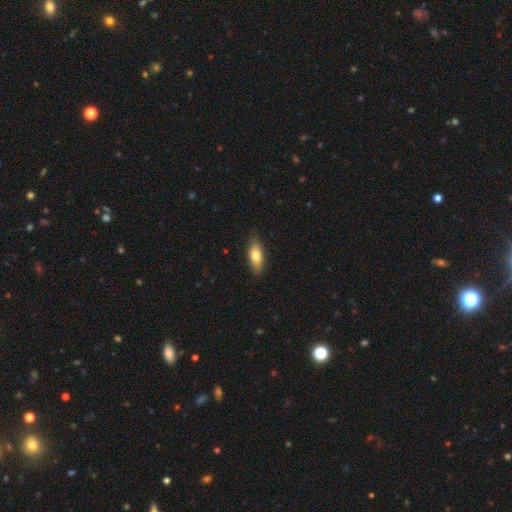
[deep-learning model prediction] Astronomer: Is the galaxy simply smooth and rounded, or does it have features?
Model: smooth — 77%.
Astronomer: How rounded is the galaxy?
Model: in between — 74%.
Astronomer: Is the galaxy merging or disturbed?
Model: none — 83%.